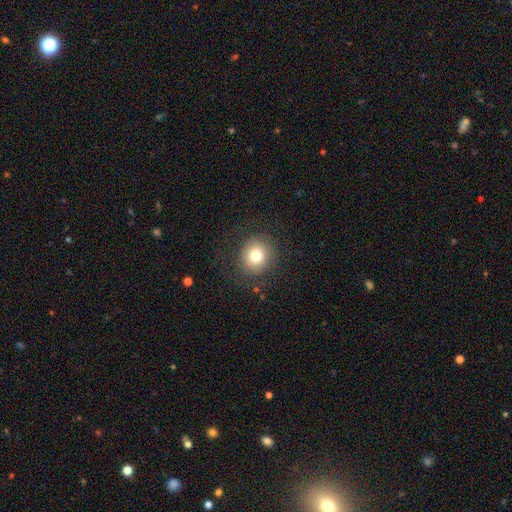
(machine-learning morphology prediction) Smooth or featured: smooth — 78% (featured or disk — 11%)
How rounded: round — 87% (in between — 12%)
Merging: none — 85% (minor disturbance — 9%)